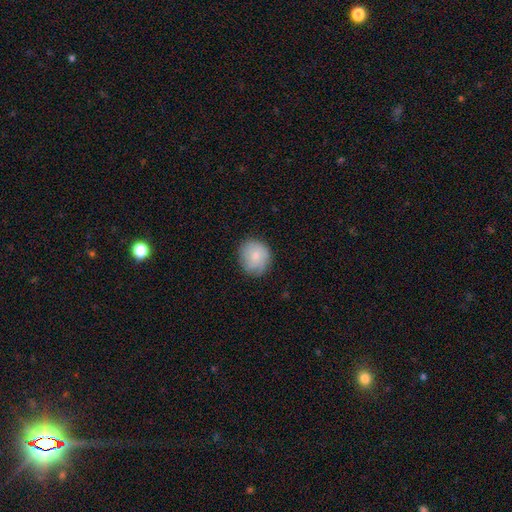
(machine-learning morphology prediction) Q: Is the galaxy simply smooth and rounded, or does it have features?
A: smooth — 75%.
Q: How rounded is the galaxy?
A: round — 78%.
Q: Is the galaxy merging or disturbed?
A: none — 77%.